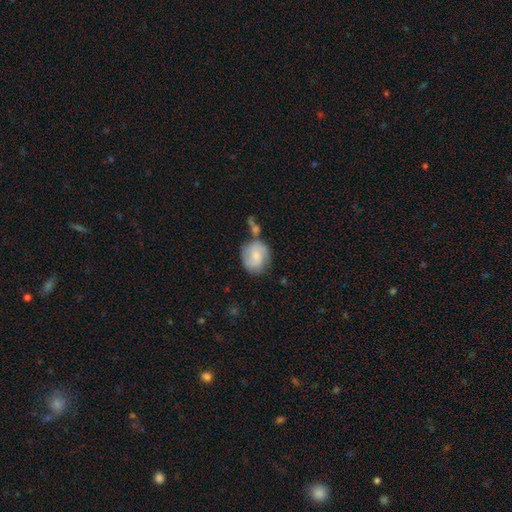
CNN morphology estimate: Q: Smooth or featured?
A: smooth (56%); runner-up: featured or disk (36%)
Q: How rounded?
A: round (73%); runner-up: in between (26%)
Q: Merging?
A: none (54%); runner-up: minor disturbance (21%)